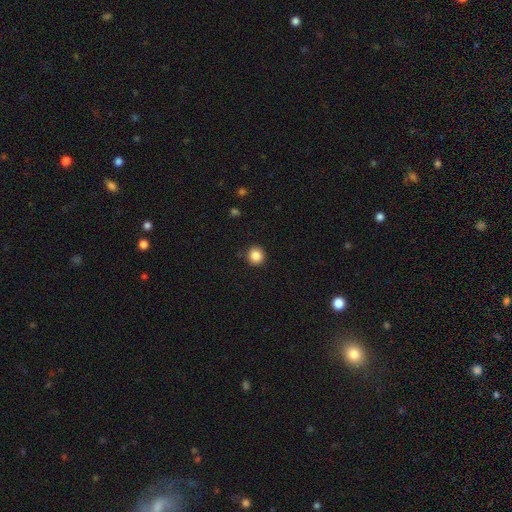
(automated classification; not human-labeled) This is clearly a smooth galaxy (86%). How rounded: clearly round (94%). Merging: clearly none (91%).